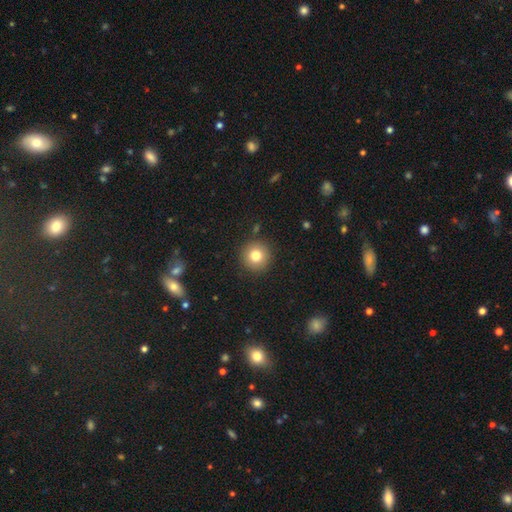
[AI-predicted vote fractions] smooth-or-featured: smooth: 79% | star or artifact: 11% | featured or disk: 10%
  how-rounded: round: 95% | in between: 4% | cigar-shaped: 1%
  merging: none: 90% | minor disturbance: 6% | major disturbance: 2% | merger: 2%